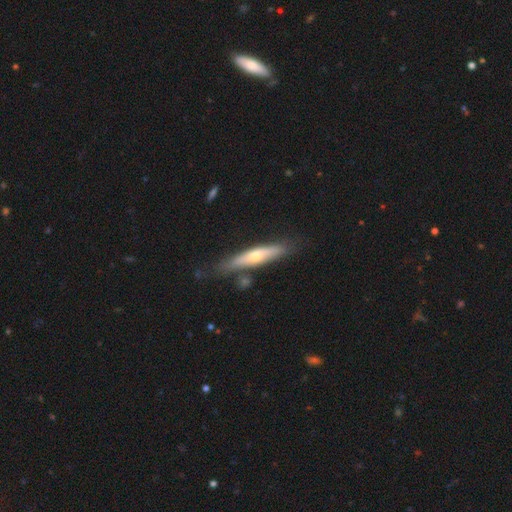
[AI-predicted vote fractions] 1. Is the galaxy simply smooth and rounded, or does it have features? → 57% featured or disk, 36% smooth, 6% star or artifact.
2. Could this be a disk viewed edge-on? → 83% yes, 17% no.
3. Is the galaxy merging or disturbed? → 75% none, 16% minor disturbance, 5% merger, 4% major disturbance.